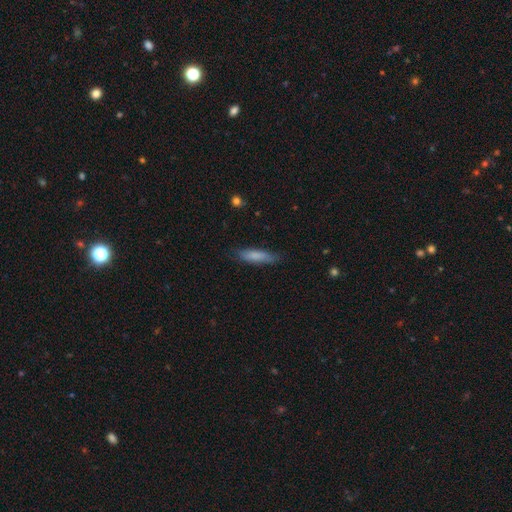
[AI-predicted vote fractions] Smooth or featured: smooth — 80% (featured or disk — 14%)
How rounded: cigar-shaped — 73% (in between — 26%)
Merging: none — 81% (minor disturbance — 15%)